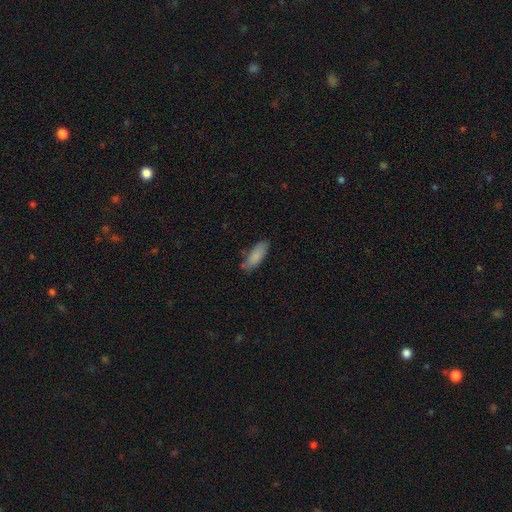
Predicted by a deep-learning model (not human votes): Smooth or featured? Predicted: smooth (p=0.86). How rounded? Predicted: in between (p=0.67). Merging? Predicted: none (p=0.75).